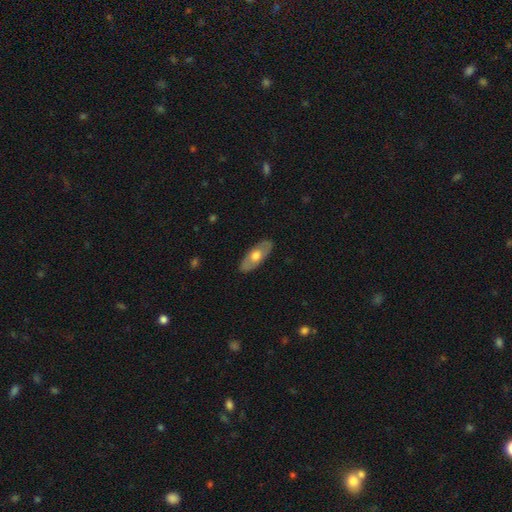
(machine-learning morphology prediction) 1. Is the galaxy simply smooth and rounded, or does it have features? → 51% smooth, 44% featured or disk, 5% star or artifact.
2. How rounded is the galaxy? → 82% in between, 14% cigar-shaped, 4% round.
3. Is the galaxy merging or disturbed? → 86% none, 11% minor disturbance, 2% major disturbance, 1% merger.